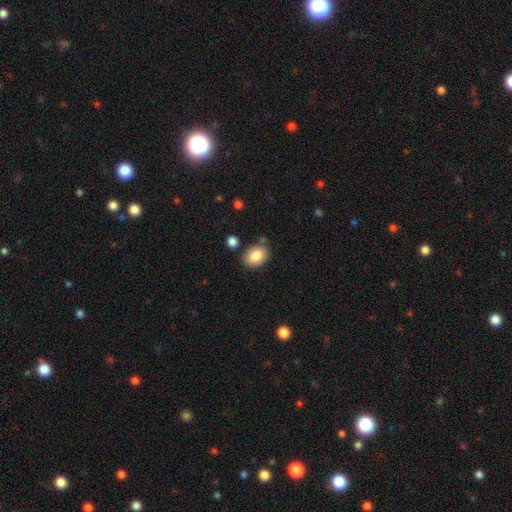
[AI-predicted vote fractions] Smooth or featured?
  - smooth: 84% *
  - featured or disk: 8%
  - star or artifact: 7%
How rounded?
  - in between: 73% *
  - round: 26%
  - cigar-shaped: 1%
Merging?
  - none: 78% *
  - minor disturbance: 13%
  - merger: 6%
  - major disturbance: 3%